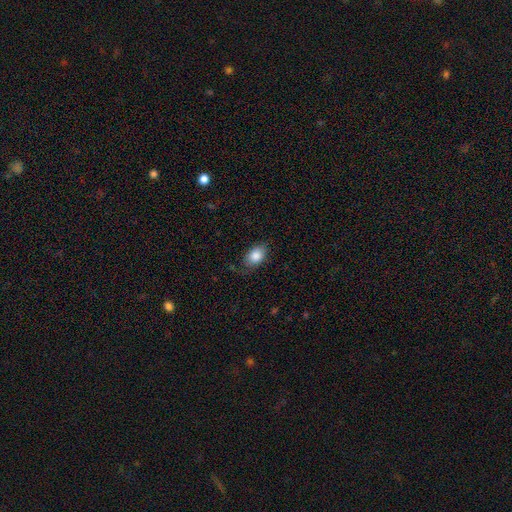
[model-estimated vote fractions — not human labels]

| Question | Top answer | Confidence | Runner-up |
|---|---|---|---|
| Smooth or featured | smooth | 84% | featured or disk (8%) |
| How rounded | in between | 86% | round (12%) |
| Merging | none | 73% | minor disturbance (21%) |